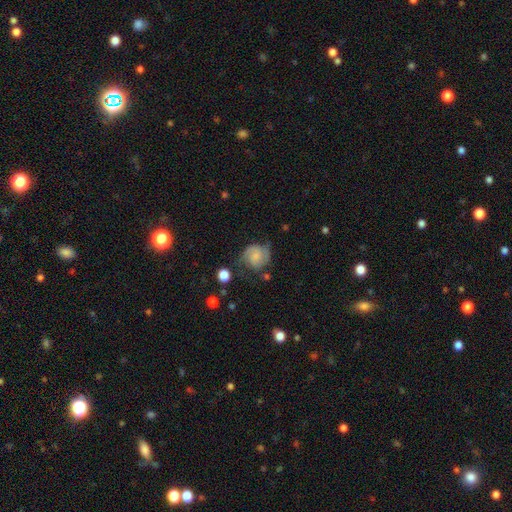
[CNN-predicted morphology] Smooth or featured?
  - featured or disk: 58% *
  - smooth: 33%
  - star or artifact: 9%
Edge-on disk?
  - no: 98% *
  - yes: 2%
Bar?
  - no: 66% *
  - weak: 29%
  - strong: 6%
Spiral arms?
  - yes: 91% *
  - no: 9%
Spiral winding?
  - medium: 43% *
  - tight: 39%
  - loose: 18%
Spiral arm count?
  - 2: 80% *
  - can't tell: 10%
  - 1: 4%
  - 3: 3%
  - 4: 1%
  - more than 4: 1%
Bulge size?
  - none: 38% *
  - small: 36%
  - moderate: 17%
  - large: 6%
  - dominant: 3%
Merging?
  - none: 57% *
  - minor disturbance: 25%
  - major disturbance: 14%
  - merger: 3%